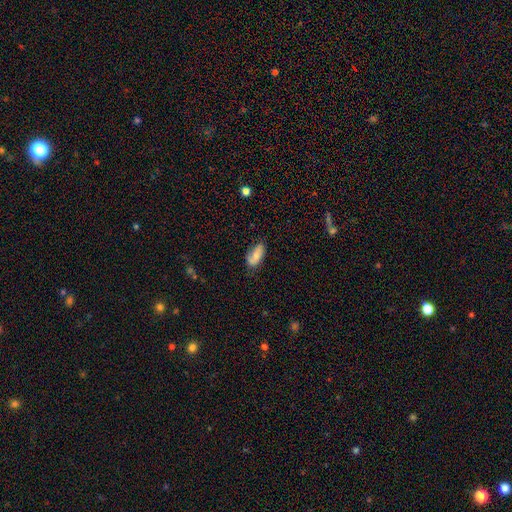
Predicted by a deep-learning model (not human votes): Smooth or featured? smooth (66%)
How rounded? in between (91%)
Merging? none (64%)